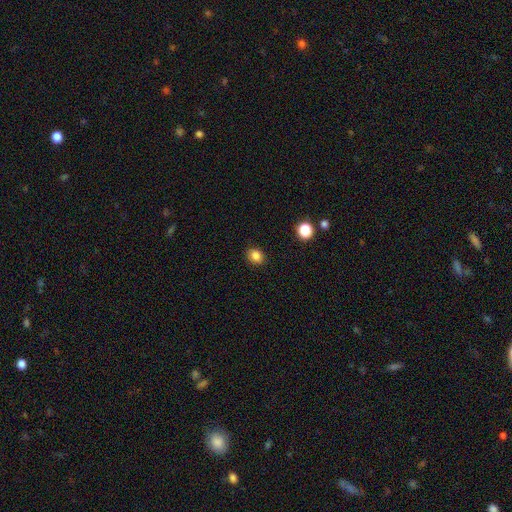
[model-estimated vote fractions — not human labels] Overall: smooth (84%). How rounded: round (56%; in between 43%). Merging: none (88%).